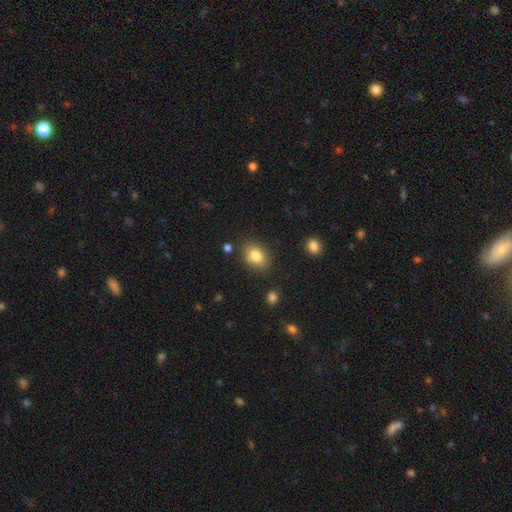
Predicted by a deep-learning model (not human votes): Q: Smooth or featured?
A: smooth (82%); runner-up: featured or disk (9%)
Q: How rounded?
A: in between (73%); runner-up: round (26%)
Q: Merging?
A: none (79%); runner-up: minor disturbance (13%)